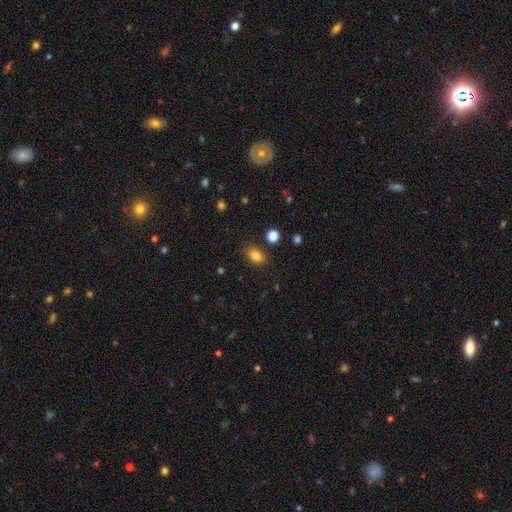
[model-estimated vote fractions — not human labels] smooth_or_featured: smooth (p=0.83) [alt: star or artifact p=0.11]
how_rounded: in between (p=0.77) [alt: round p=0.22]
merging: none (p=0.83) [alt: minor disturbance p=0.11]